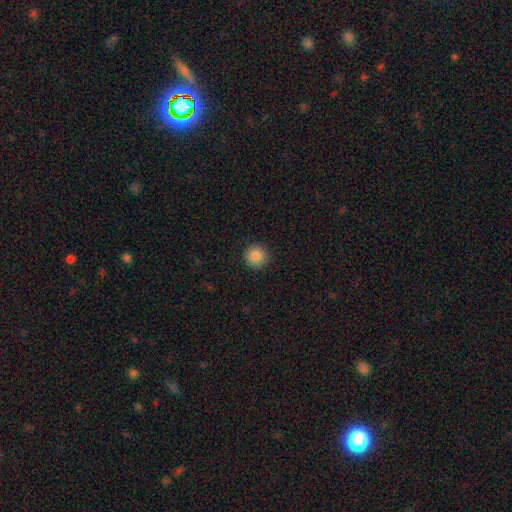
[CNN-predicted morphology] Smooth or featured: smooth — 87% (star or artifact — 10%)
How rounded: round — 95% (in between — 4%)
Merging: none — 92% (minor disturbance — 5%)